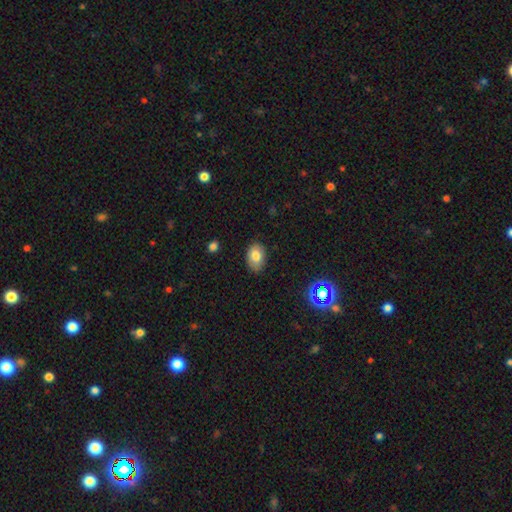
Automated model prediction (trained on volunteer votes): This appears to be a smooth galaxy with no disk features (79%) that is in between round and cigar-shaped (81%). Merging: none (83%).